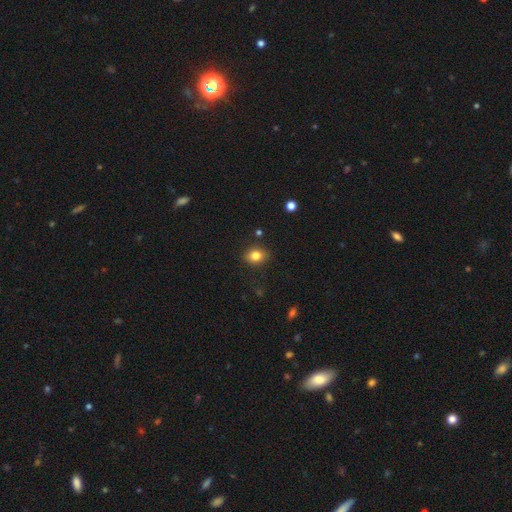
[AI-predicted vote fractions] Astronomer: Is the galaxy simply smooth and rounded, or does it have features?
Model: smooth — 82%.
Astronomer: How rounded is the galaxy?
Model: round — 52% (runner-up: in between, 47%).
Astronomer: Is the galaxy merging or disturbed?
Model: none — 86%.